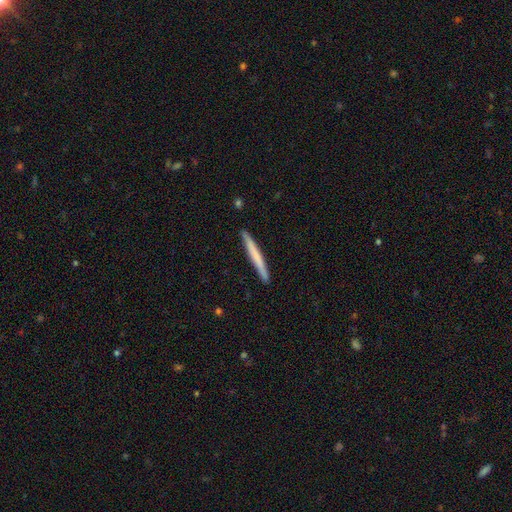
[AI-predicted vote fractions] The model was most divided on "smooth or featured": smooth: 60%, featured or disk: 35%, star or artifact: 5%. More confident: how rounded — cigar-shaped (97%); merging — none (91%).